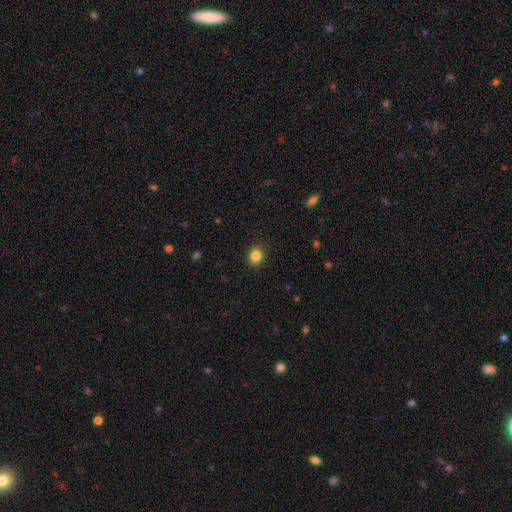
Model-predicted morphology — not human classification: Smooth or featured? smooth (85%)
How rounded? round (72%)
Merging? none (91%)